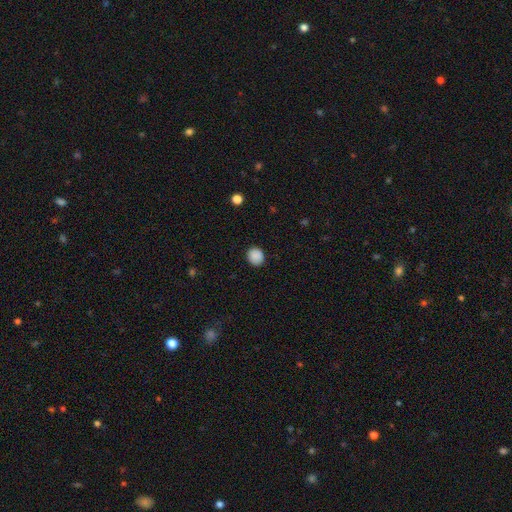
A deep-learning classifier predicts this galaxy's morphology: This appears to be a smooth galaxy with no disk features (88%) that is round (77%). Merging: none (87%).